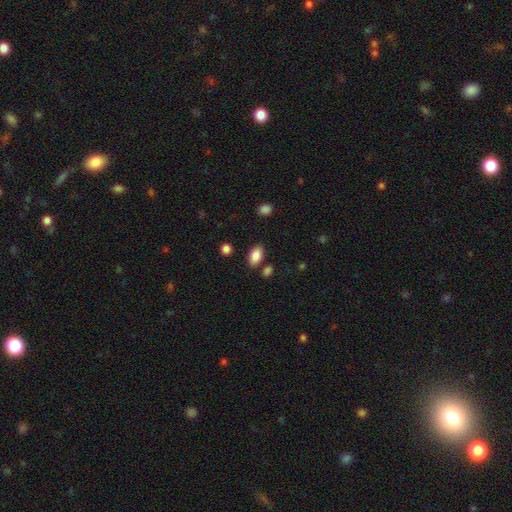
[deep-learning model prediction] This is clearly a smooth galaxy (86%). How rounded: clearly in between (91%). Merging: clearly none (81%).